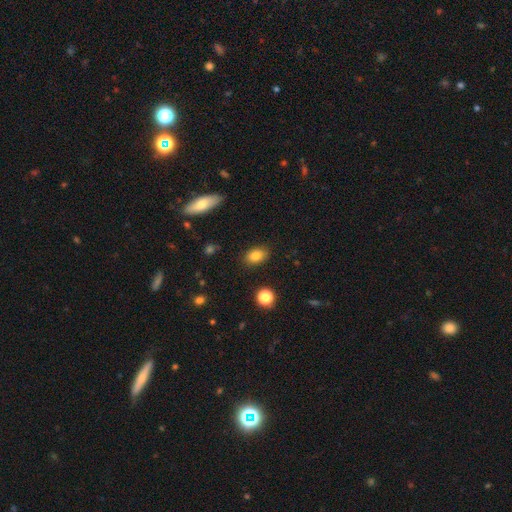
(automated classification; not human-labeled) Morphology: type=smooth (83%); roundness=in between (80%); merging=none (87%).